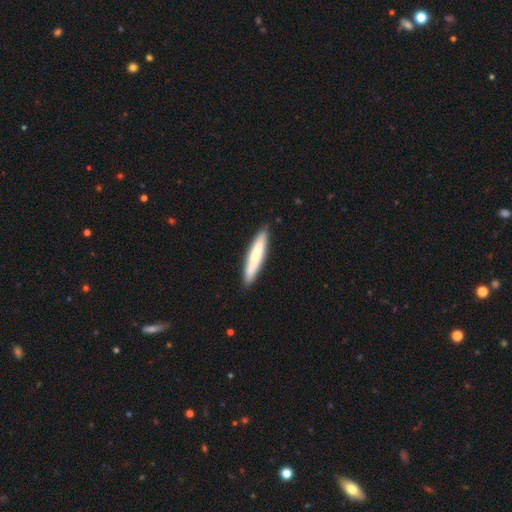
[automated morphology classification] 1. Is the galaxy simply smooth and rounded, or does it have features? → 72% smooth, 23% featured or disk, 5% star or artifact.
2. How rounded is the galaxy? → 89% cigar-shaped, 10% in between, 1% round.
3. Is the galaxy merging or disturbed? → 88% none, 9% minor disturbance, 2% major disturbance, 1% merger.